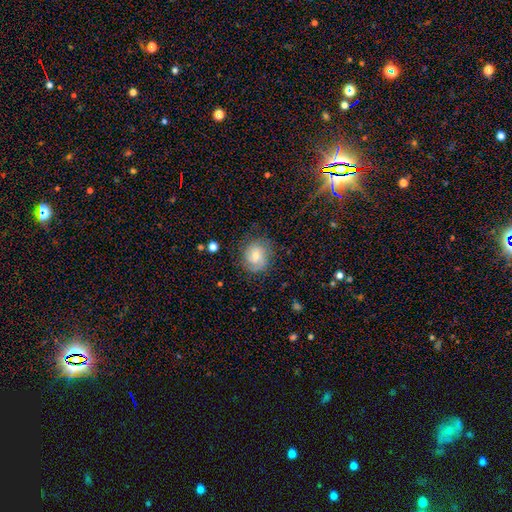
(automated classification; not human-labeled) Smooth or featured? featured or disk (53%)
Edge-on disk? no (97%)
Bar? no (65%)
Spiral arms? yes (86%)
Bulge size? moderate (50%)
Merging? none (77%)